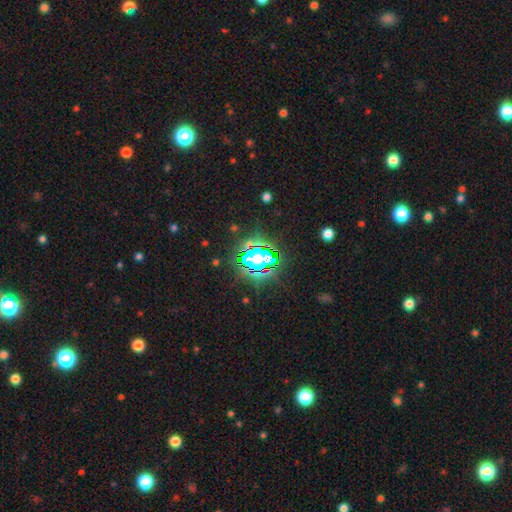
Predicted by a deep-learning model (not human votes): Smooth or featured?
  - star or artifact: 74% *
  - smooth: 16%
  - featured or disk: 10%